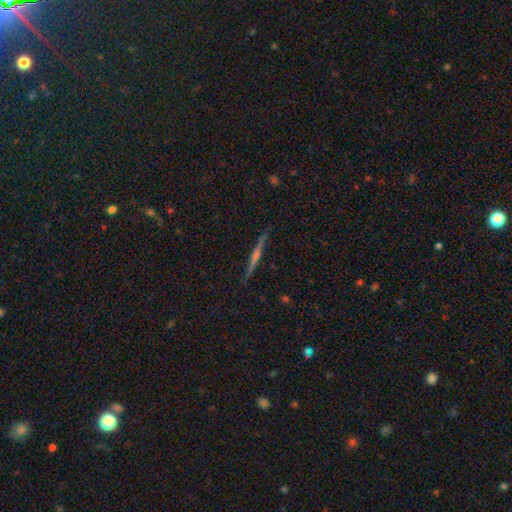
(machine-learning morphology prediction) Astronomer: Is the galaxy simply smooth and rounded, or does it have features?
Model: featured or disk — 74%.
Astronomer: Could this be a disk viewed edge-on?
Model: yes — 98%.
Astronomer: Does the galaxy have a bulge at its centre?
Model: rounded — 64%.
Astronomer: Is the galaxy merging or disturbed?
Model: none — 90%.